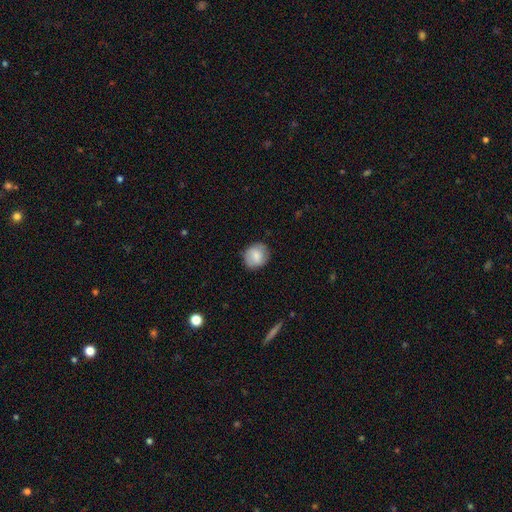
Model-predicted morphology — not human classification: type=smooth (77%); roundness=round (74%); merging=none (81%).